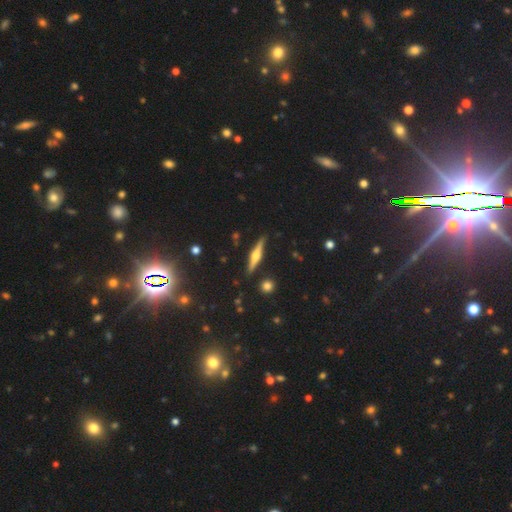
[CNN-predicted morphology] Smooth or featured: featured or disk — 74% (smooth — 19%)
Edge-on disk: yes — 98% (no — 2%)
Edge-on bulge: rounded — 92% (boxy — 5%)
Merging: none — 89% (minor disturbance — 7%)